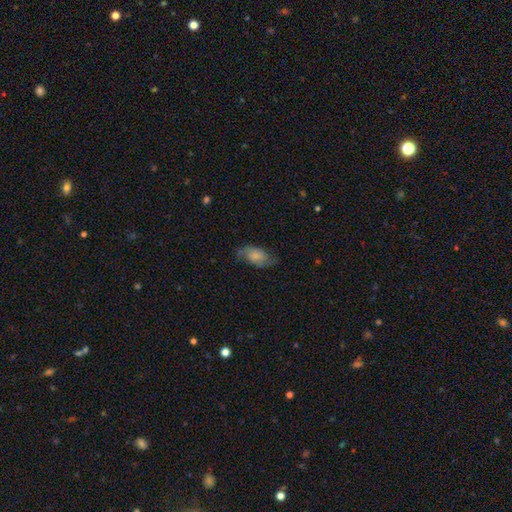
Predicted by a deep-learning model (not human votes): Smooth or featured: smooth — 66% (featured or disk — 27%)
How rounded: in between — 92% (round — 5%)
Merging: none — 64% (minor disturbance — 26%)